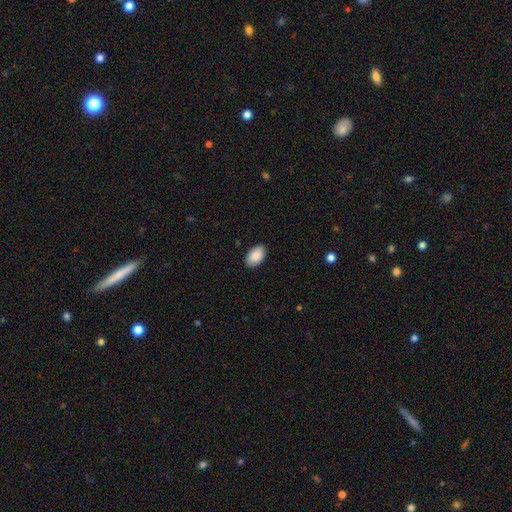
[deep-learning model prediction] A smooth galaxy with no disk features (90%) that is in between round and cigar-shaped (92%). Merging: none (87%).